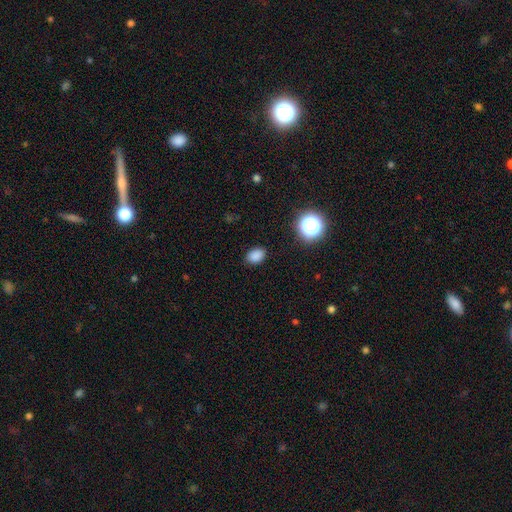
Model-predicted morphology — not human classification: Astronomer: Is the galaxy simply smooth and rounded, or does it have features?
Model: smooth — 83%.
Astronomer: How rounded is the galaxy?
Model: in between — 73%.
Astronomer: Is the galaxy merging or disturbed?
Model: none — 86%.